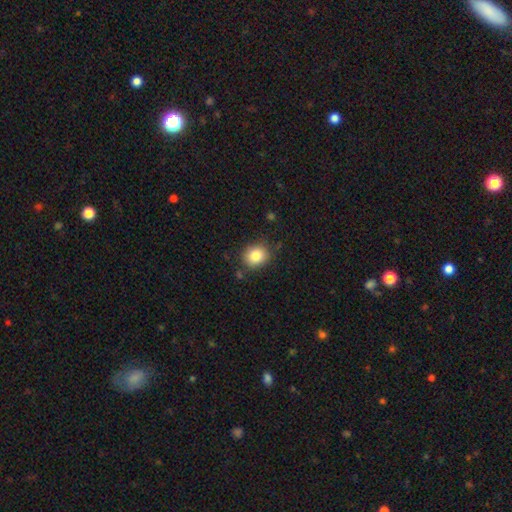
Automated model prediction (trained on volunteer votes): Smooth or featured: smooth — 84% (star or artifact — 10%)
How rounded: round — 69% (in between — 30%)
Merging: none — 82% (minor disturbance — 13%)